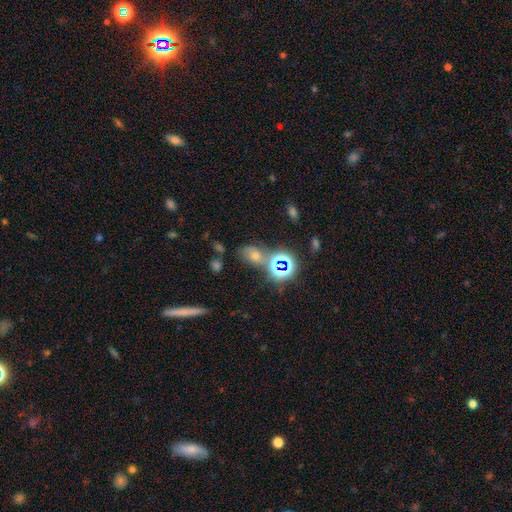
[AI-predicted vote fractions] Smooth or featured? Predicted: star or artifact (p=0.48).